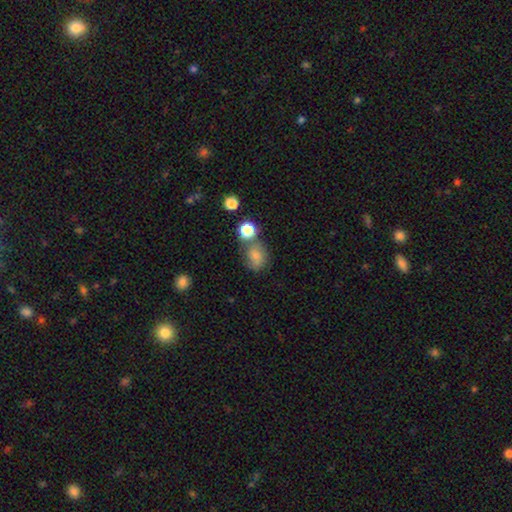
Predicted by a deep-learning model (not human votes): smooth-or-featured: smooth: 73% | featured or disk: 14% | star or artifact: 13%
  how-rounded: round: 57% | in between: 42% | cigar-shaped: 1%
  merging: none: 53% | merger: 22% | minor disturbance: 18% | major disturbance: 7%